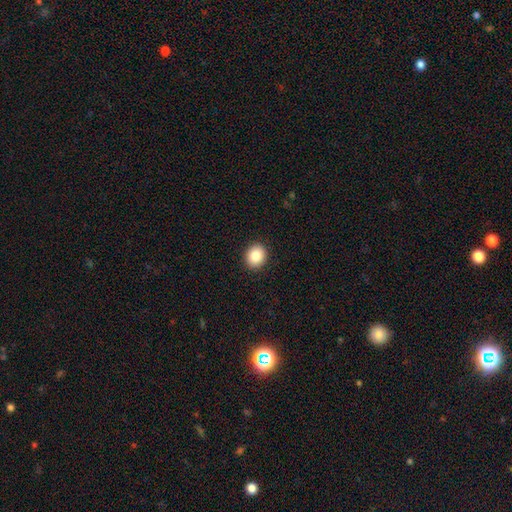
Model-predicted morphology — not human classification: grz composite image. It shows a smooth galaxy with no disk features (86%) that is round (67%). Merging: none (92%).